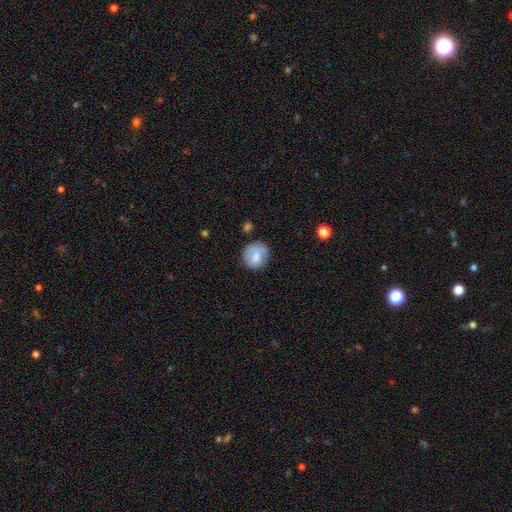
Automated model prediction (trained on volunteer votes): This is likely a smooth galaxy (71%). How rounded: likely round (79%). Merging: likely none (62%).